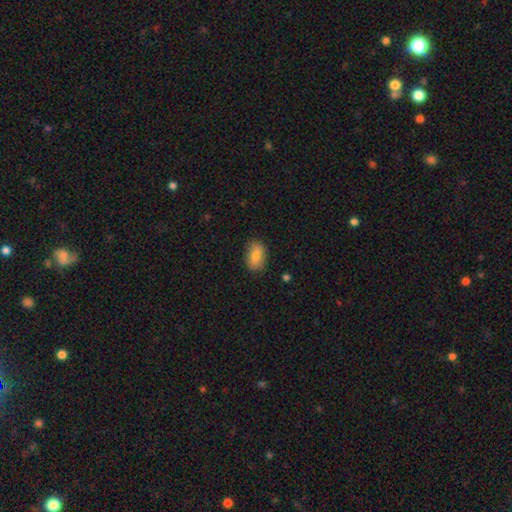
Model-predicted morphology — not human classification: Smooth or featured: smooth — 81% (featured or disk — 12%)
How rounded: in between — 87% (round — 10%)
Merging: none — 83% (minor disturbance — 13%)